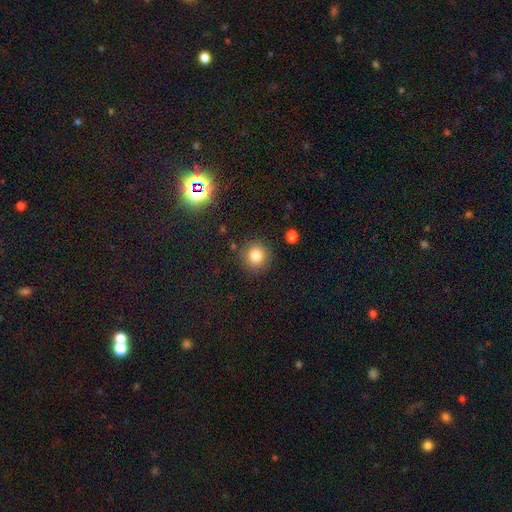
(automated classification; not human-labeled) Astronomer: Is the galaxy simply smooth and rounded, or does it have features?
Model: smooth — 81%.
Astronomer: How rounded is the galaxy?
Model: round — 92%.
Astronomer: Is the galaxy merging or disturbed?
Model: none — 86%.